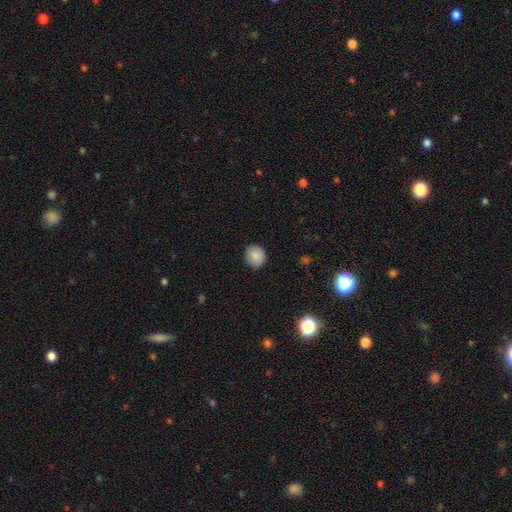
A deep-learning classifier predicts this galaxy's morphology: Overall: smooth (87%). How rounded: round (80%). Merging: none (89%).